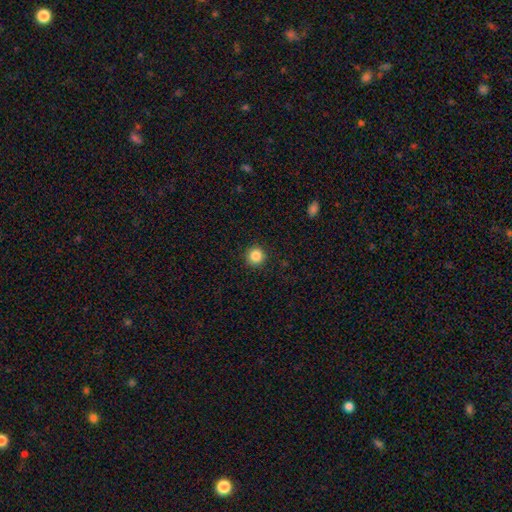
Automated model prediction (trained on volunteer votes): A smooth galaxy with no disk features (86%) that is round (95%).

Vote fractions:
- Smooth or featured? smooth: 86% / star or artifact: 10% / featured or disk: 4%
- How rounded? round: 95% / in between: 4% / cigar-shaped: 1%
- Merging? none: 92% / minor disturbance: 5% / major disturbance: 2% / merger: 1%